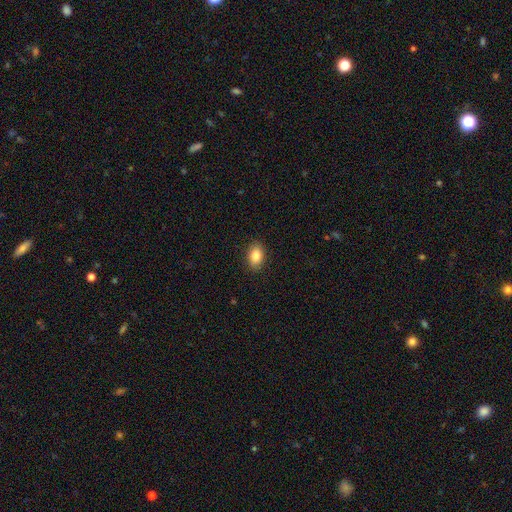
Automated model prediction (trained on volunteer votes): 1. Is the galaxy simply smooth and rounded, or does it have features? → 87% smooth, 8% star or artifact, 5% featured or disk.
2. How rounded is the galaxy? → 85% in between, 13% round, 1% cigar-shaped.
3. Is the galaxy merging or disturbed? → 89% none, 8% minor disturbance, 2% major disturbance, 1% merger.